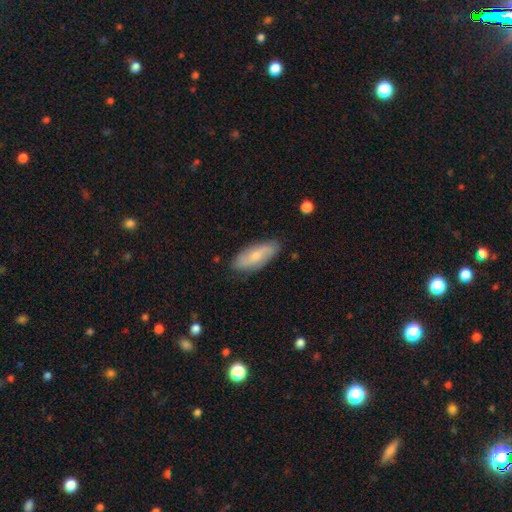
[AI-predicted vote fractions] Smooth or featured? Predicted: smooth (p=0.52). How rounded? Predicted: in between (p=0.75). Merging? Predicted: none (p=0.82).